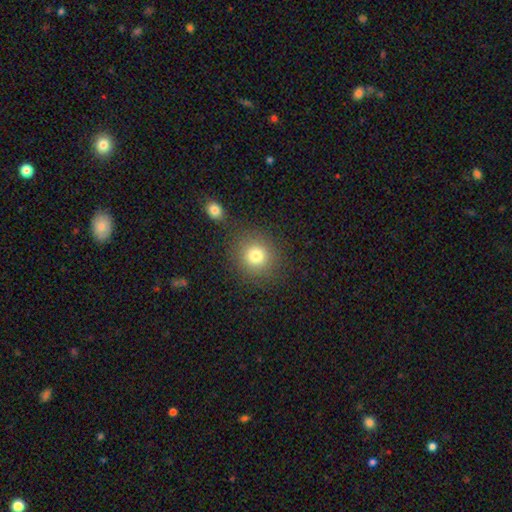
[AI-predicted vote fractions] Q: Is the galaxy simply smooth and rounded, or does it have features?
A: smooth — 80%.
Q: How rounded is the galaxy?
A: round — 85%.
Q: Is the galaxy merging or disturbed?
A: none — 82%.